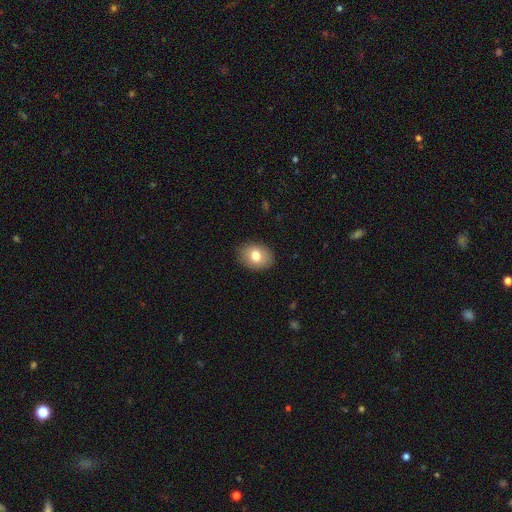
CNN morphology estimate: A smooth galaxy with no disk features (79%) that is in between round and cigar-shaped (67%).

Vote fractions:
- Smooth or featured? smooth: 79% / featured or disk: 13% / star or artifact: 8%
- How rounded? in between: 67% / round: 32% / cigar-shaped: 1%
- Merging? none: 88% / minor disturbance: 9% / major disturbance: 2% / merger: 1%